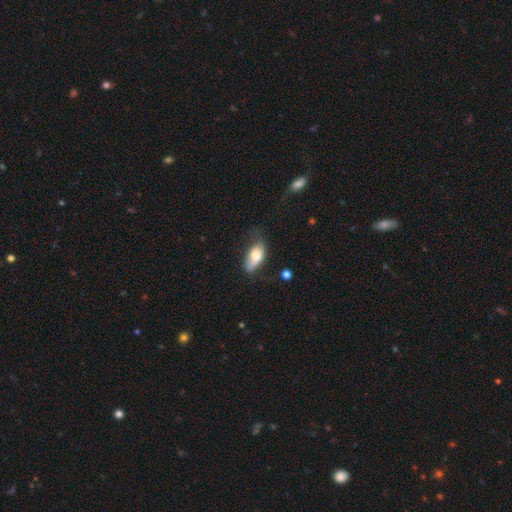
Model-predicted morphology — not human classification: Smooth or featured?
  - smooth: 72% *
  - featured or disk: 21%
  - star or artifact: 7%
How rounded?
  - in between: 89% *
  - cigar-shaped: 7%
  - round: 4%
Merging?
  - none: 40% *
  - minor disturbance: 38%
  - major disturbance: 18%
  - merger: 4%